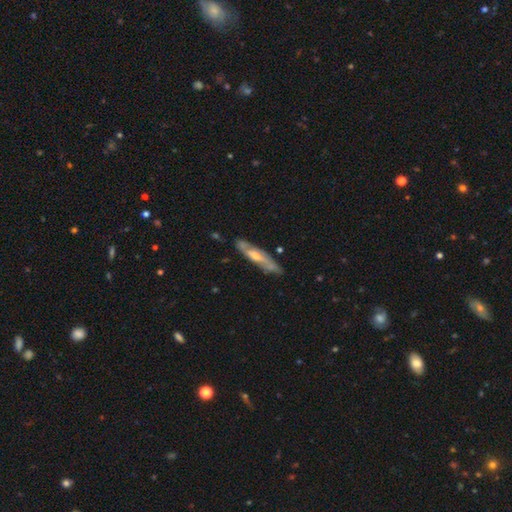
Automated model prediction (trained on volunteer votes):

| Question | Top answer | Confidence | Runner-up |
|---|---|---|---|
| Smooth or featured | featured or disk | 67% | smooth (27%) |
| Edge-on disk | yes | 54% | no (46%) |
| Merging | none | 76% | minor disturbance (17%) |